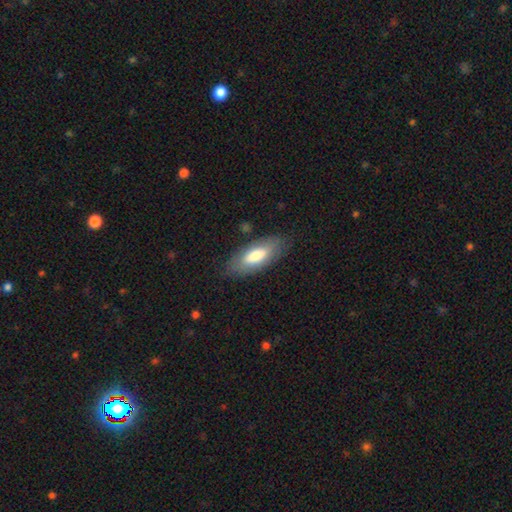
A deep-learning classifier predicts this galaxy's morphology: A smooth galaxy with no disk features (71%) that is in between round and cigar-shaped (80%). Merging: none (81%).